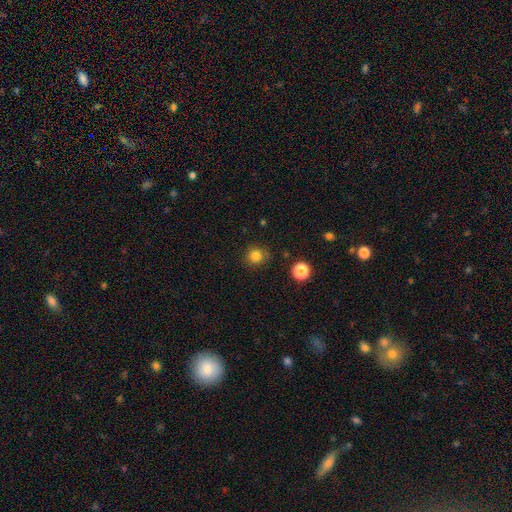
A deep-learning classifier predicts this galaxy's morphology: smooth 83%, star or artifact 13%, featured or disk 4%. Down the decision tree: how rounded — round (92%); merging — none (87%).